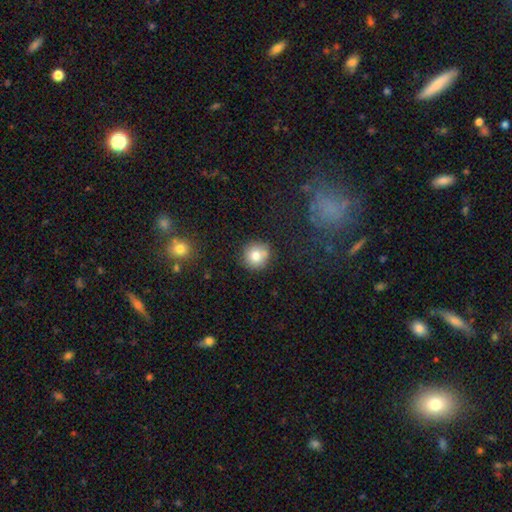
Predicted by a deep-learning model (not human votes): This appears to be a smooth galaxy with no disk features (79%) that is round (92%). Merging: none (78%).